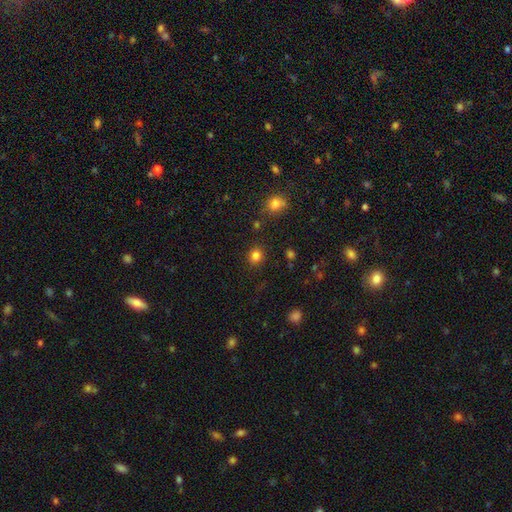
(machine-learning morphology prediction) Smooth or featured? smooth (82%)
How rounded? round (86%)
Merging? none (88%)